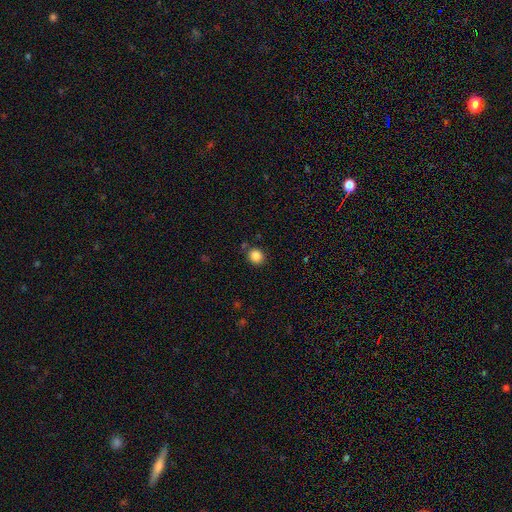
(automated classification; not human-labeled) smooth 86%, star or artifact 10%, featured or disk 4%. Down the decision tree: how rounded — round (78%); merging — none (83%).